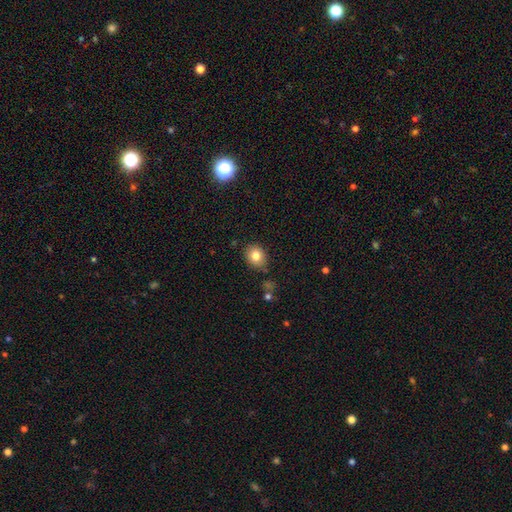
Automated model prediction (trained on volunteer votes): Smooth or featured? Predicted: smooth (p=0.81). How rounded? Predicted: round (p=0.67). Merging? Predicted: none (p=0.84).